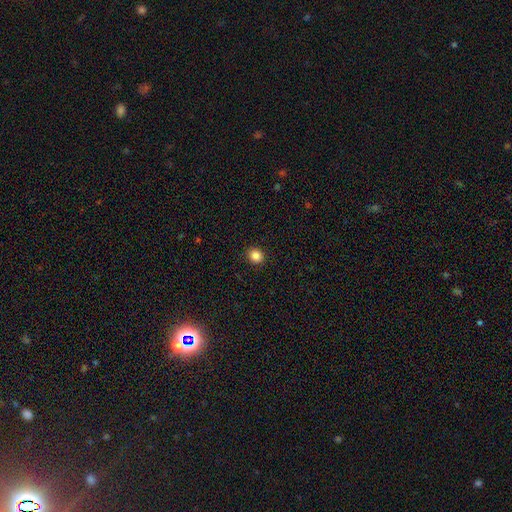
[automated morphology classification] Overall: smooth (85%). How rounded: round (77%). Merging: none (92%).